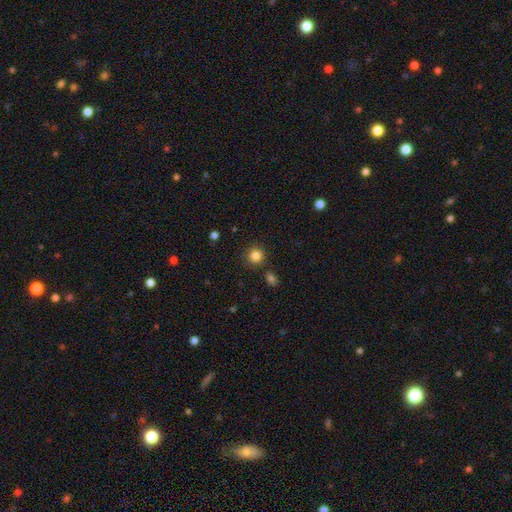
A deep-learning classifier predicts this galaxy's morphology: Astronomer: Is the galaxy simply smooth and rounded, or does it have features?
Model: smooth — 84%.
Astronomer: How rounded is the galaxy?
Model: round — 92%.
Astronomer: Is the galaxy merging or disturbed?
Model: none — 86%.